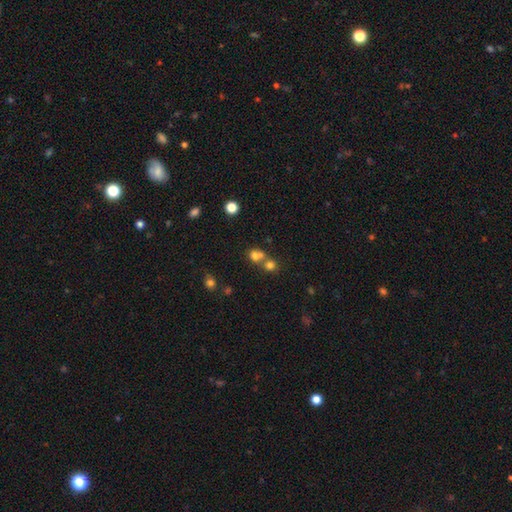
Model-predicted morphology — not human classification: Smooth or featured: smooth — 69% (star or artifact — 17%)
How rounded: round — 79% (in between — 20%)
Merging: merger — 53% (none — 37%)